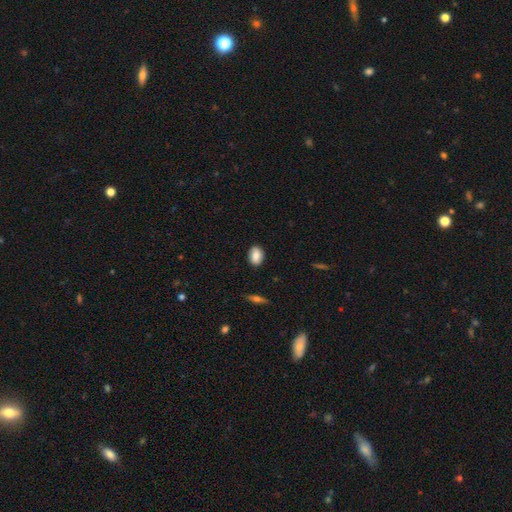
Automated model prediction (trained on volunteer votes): Smooth or featured? Predicted: smooth (p=0.79). How rounded? Predicted: in between (p=0.76). Merging? Predicted: none (p=0.87).